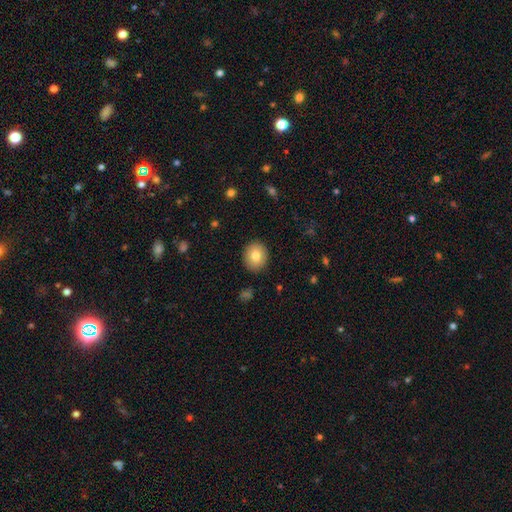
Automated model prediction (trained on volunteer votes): Morphology: type=smooth (80%); roundness=round (69%); merging=none (90%).